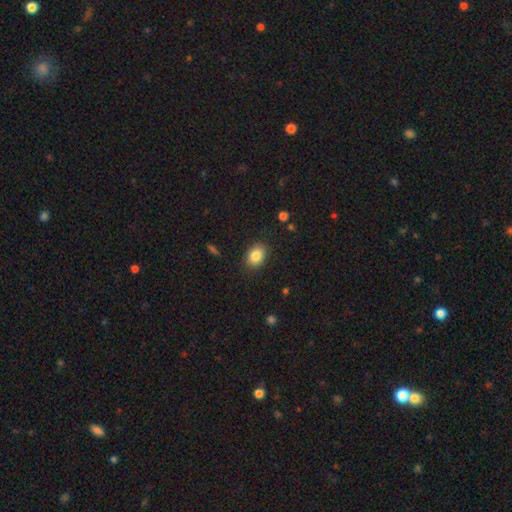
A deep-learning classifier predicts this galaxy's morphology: smooth-or-featured: smooth: 85% | star or artifact: 9% | featured or disk: 7%
  how-rounded: in between: 68% | round: 31% | cigar-shaped: 1%
  merging: none: 86% | minor disturbance: 10% | major disturbance: 3% | merger: 1%